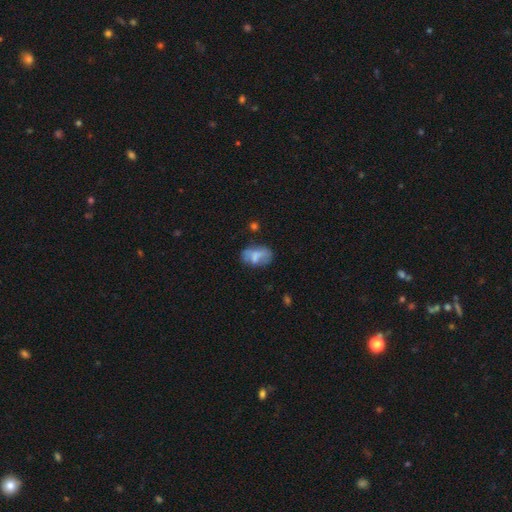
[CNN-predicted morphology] This is possibly a smooth galaxy (57%). How rounded: clearly in between (86%). Merging: marginally none (45%).